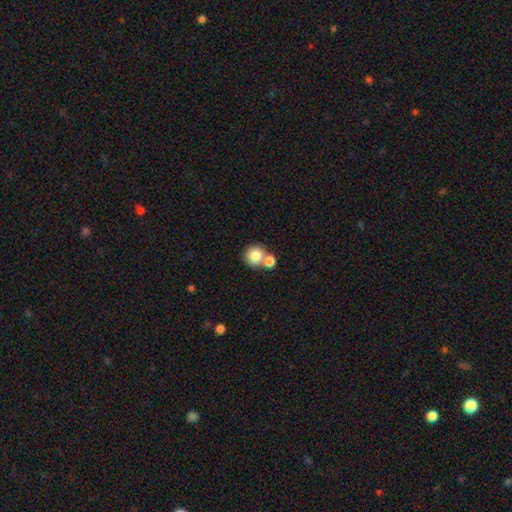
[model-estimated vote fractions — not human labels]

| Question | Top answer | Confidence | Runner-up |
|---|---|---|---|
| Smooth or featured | smooth | 81% | star or artifact (10%) |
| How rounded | round | 90% | in between (9%) |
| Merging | none | 53% | merger (37%) |